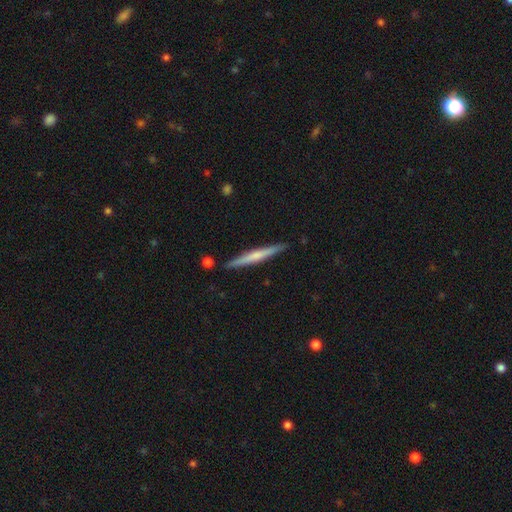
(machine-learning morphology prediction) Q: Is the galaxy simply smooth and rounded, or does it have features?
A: featured or disk — 55%.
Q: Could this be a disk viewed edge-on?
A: yes — 98%.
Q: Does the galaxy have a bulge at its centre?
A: rounded — 50%.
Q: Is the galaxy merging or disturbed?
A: none — 89%.